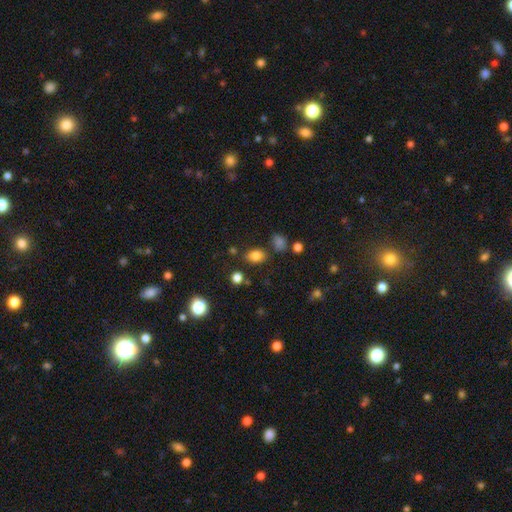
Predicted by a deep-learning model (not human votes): Smooth or featured? smooth (81%)
How rounded? in between (75%)
Merging? none (79%)